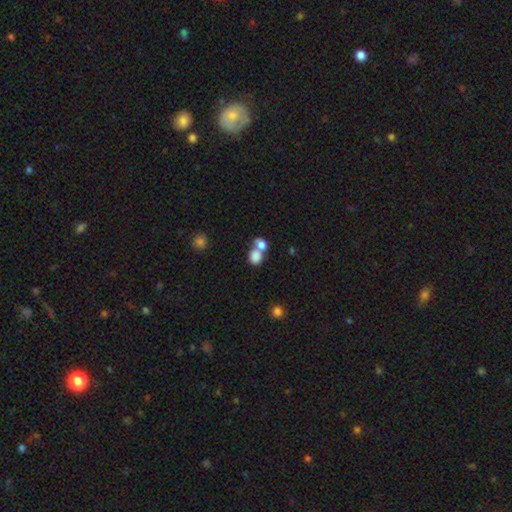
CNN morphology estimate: Q: Smooth or featured?
A: smooth (81%); runner-up: star or artifact (10%)
Q: How rounded?
A: round (59%); runner-up: in between (40%)
Q: Merging?
A: merger (59%); runner-up: none (30%)